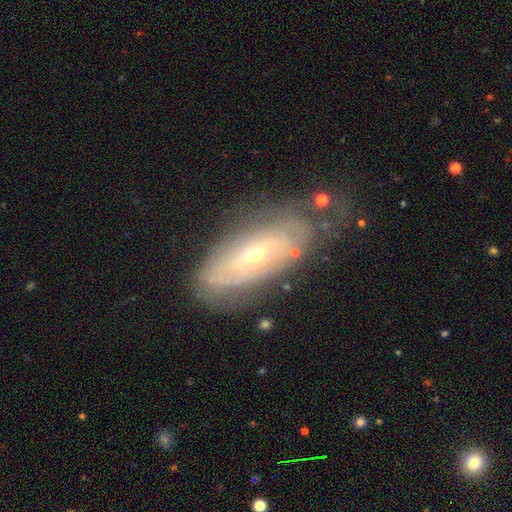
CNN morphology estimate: Smooth or featured? featured or disk (71%)
Edge-on disk? no (86%)
Bar? no (73%)
Spiral arms? yes (70%)
Bulge size? small (67%)
Merging? none (66%)